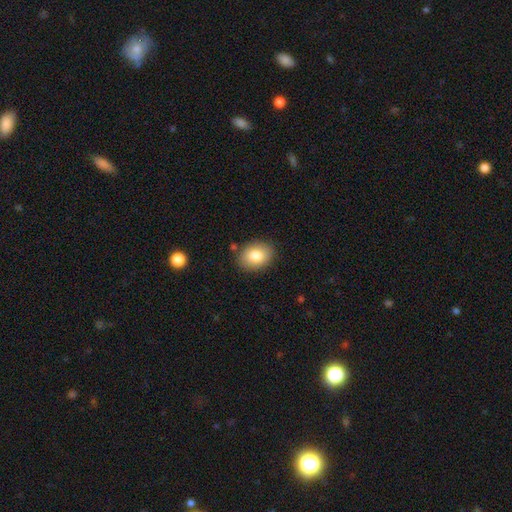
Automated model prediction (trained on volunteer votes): The model was most divided on "how rounded": in between: 68%, round: 31%, cigar-shaped: 1%. More confident: merging — none (86%); smooth or featured — smooth (83%).